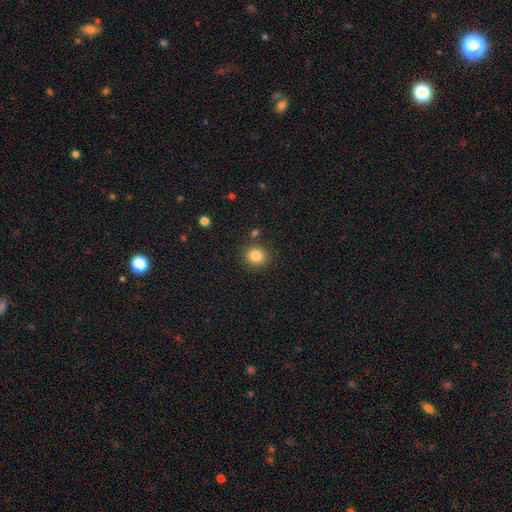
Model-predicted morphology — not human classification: Smooth or featured? smooth (84%)
How rounded? round (83%)
Merging? none (85%)